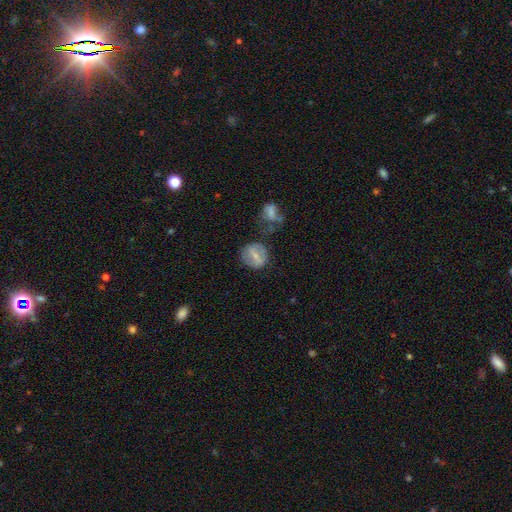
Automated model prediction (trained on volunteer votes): featured or disk 46% (tied), smooth 46% (tied), star or artifact 9%. Down the decision tree: merging — none (61%).